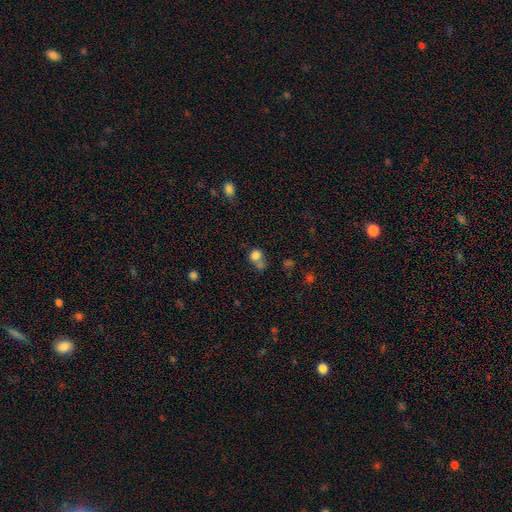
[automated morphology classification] A smooth galaxy with no disk features (78%) that is round (71%). Merging: merger (40%).